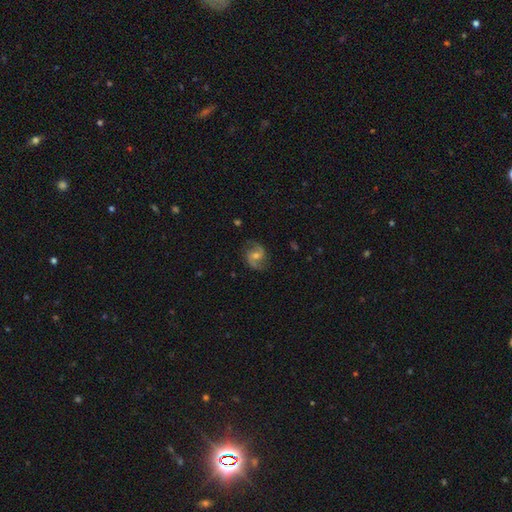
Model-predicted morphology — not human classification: featured or disk 83%, smooth 10%, star or artifact 7%. Down the decision tree: edge-on disk — no (98%); bar — weak (46%); spiral arms — yes (96%); spiral arm count — 2 (92%); spiral winding — medium (51%); bulge size — moderate (51%); merging — none (81%).